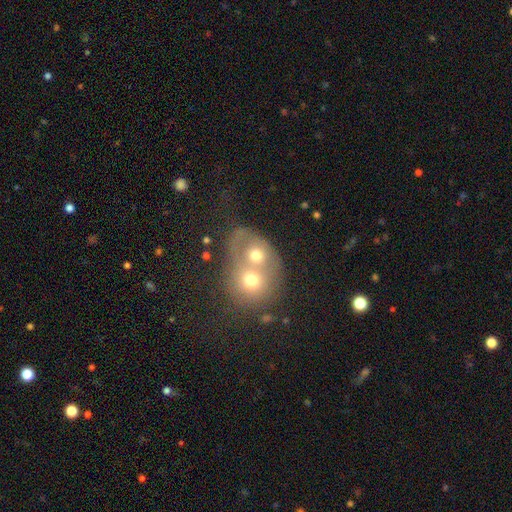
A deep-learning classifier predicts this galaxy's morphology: A smooth galaxy with no disk features (57%) that is round (62%).

Vote fractions:
- Smooth or featured? smooth: 57% / featured or disk: 31% / star or artifact: 12%
- How rounded? round: 62% / in between: 37% / cigar-shaped: 1%
- Merging? merger: 71% / none: 19% / minor disturbance: 6% / major disturbance: 5%